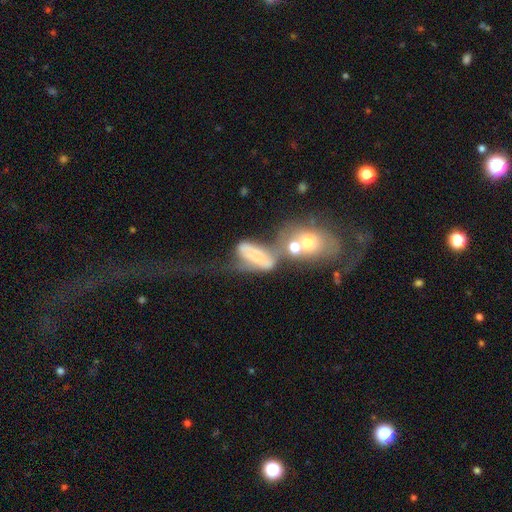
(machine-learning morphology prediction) Smooth or featured?
  - smooth: 44% *
  - featured or disk: 42%
  - star or artifact: 15%
Merging?
  - merger: 49% *
  - major disturbance: 30%
  - none: 11%
  - minor disturbance: 10%